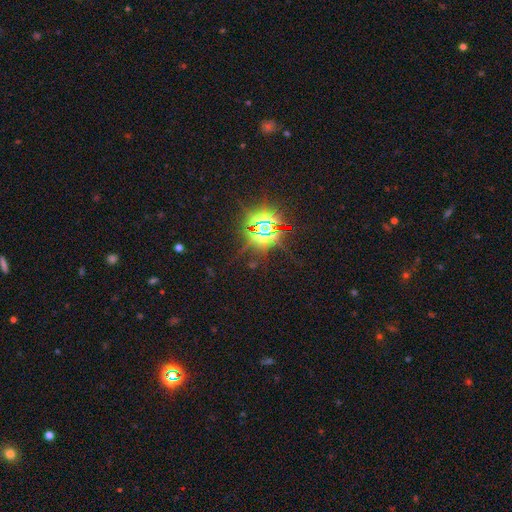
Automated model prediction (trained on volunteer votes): Smooth or featured: star or artifact — 83% (smooth — 10%)